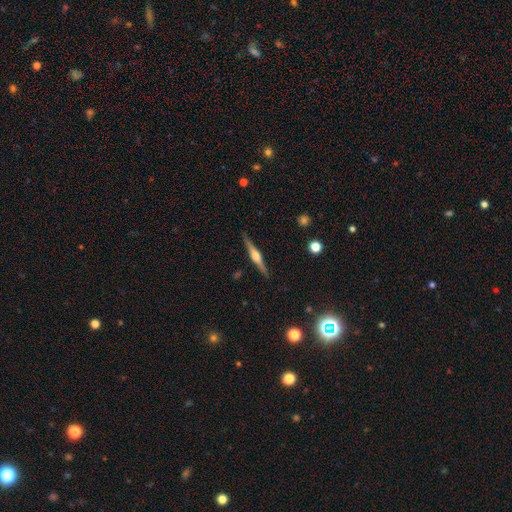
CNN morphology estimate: The model was most divided on "smooth or featured": featured or disk: 81%, smooth: 14%, star or artifact: 5%. More confident: edge-on disk — yes (98%); merging — none (91%); edge-on bulge — rounded (88%).